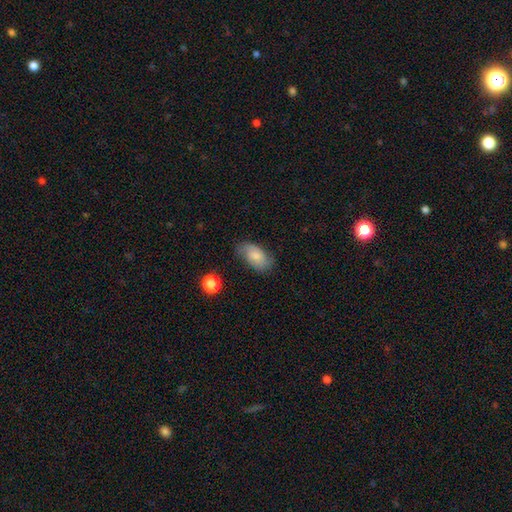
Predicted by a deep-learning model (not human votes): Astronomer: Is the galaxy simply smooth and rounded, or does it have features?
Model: smooth — 62%.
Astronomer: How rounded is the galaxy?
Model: in between — 92%.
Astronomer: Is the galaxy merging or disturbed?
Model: none — 66%.